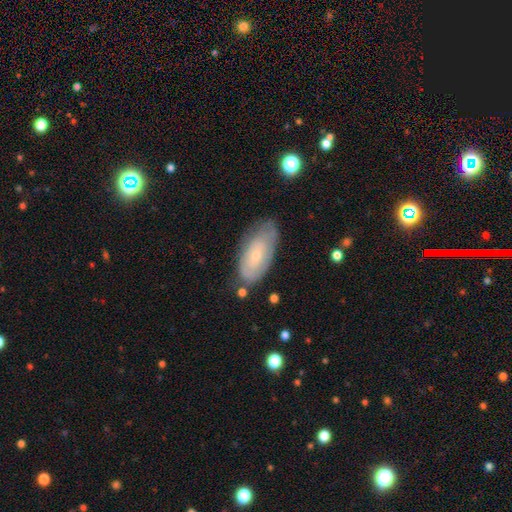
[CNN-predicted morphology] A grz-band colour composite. It shows a featured or disk galaxy (47%). Merging: none (65%).